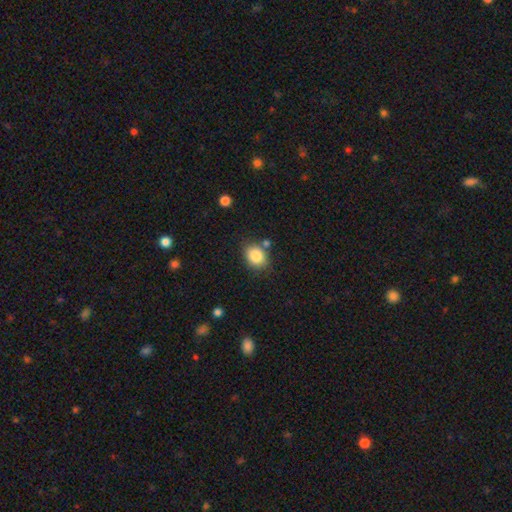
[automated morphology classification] smooth_or_featured: smooth (p=0.85) [alt: star or artifact p=0.09]
how_rounded: in between (p=0.54) [alt: round p=0.45]
merging: none (p=0.73) [alt: minor disturbance p=0.14]